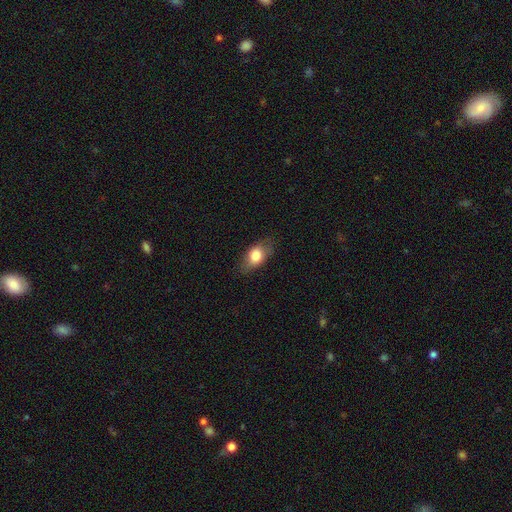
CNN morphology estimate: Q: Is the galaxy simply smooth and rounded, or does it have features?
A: smooth — 75%.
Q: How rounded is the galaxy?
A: in between — 81%.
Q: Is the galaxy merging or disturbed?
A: none — 76%.